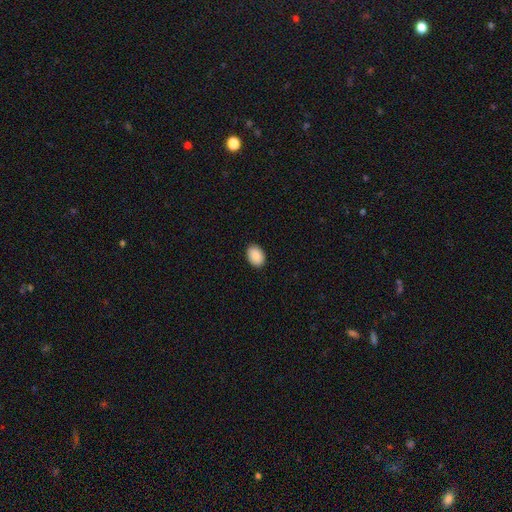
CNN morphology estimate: The model was most divided on "how rounded": in between: 78%, round: 21%, cigar-shaped: 1%. More confident: merging — none (91%); smooth or featured — smooth (90%).